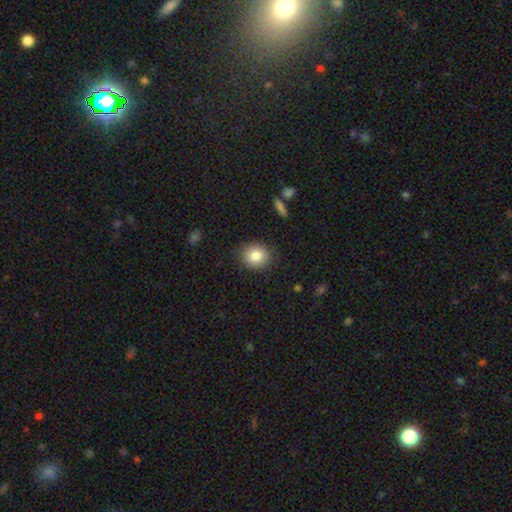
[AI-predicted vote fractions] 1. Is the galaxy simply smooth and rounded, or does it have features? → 83% smooth, 9% star or artifact, 8% featured or disk.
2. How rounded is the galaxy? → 75% round, 24% in between, 1% cigar-shaped.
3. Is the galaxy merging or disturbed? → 87% none, 10% minor disturbance, 3% major disturbance, 1% merger.